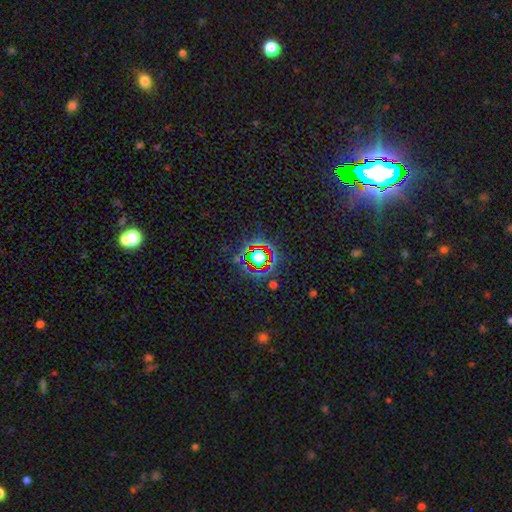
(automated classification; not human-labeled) The model was most divided on "smooth or featured": star or artifact: 67%, smooth: 20%, featured or disk: 13%.